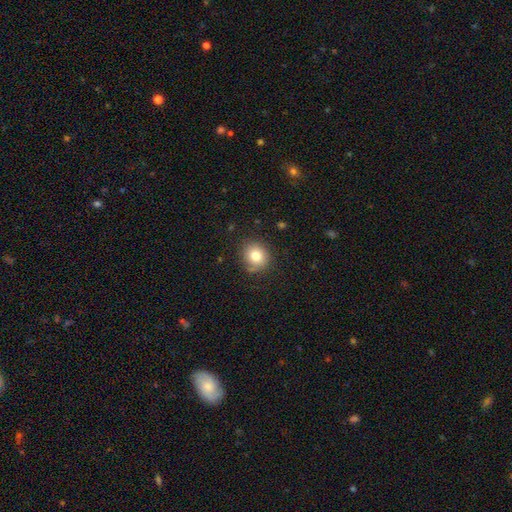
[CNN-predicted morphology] smooth-or-featured: smooth: 79% | star or artifact: 11% | featured or disk: 10%
  how-rounded: round: 77% | in between: 22% | cigar-shaped: 1%
  merging: none: 81% | minor disturbance: 13% | major disturbance: 3% | merger: 2%